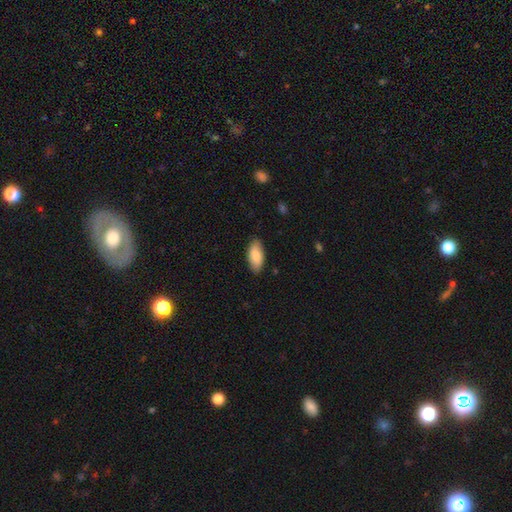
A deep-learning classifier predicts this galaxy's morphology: type=smooth (85%); roundness=in between (91%); merging=none (85%).